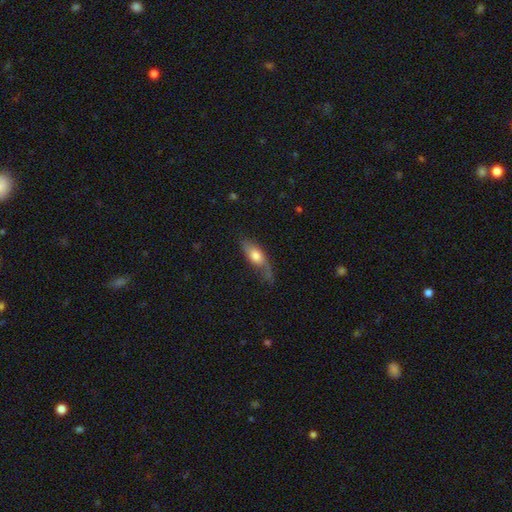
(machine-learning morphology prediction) Smooth or featured?
  - smooth: 58% *
  - featured or disk: 35%
  - star or artifact: 7%
How rounded?
  - in between: 72% *
  - cigar-shaped: 22%
  - round: 5%
Merging?
  - none: 45% *
  - minor disturbance: 33%
  - major disturbance: 19%
  - merger: 3%